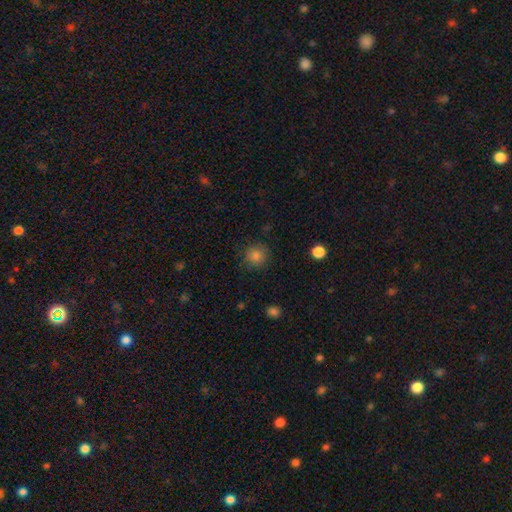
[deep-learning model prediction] Smooth or featured? smooth (84%)
How rounded? round (93%)
Merging? none (87%)